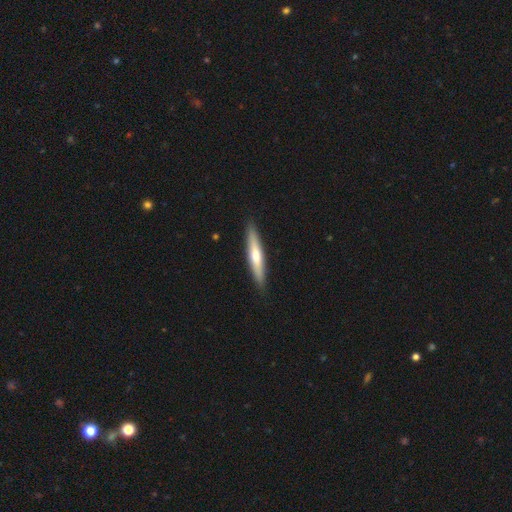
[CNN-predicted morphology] Smooth or featured?
  - smooth: 51% *
  - featured or disk: 43%
  - star or artifact: 5%
How rounded?
  - cigar-shaped: 90% *
  - in between: 9%
  - round: 1%
Merging?
  - none: 90% *
  - minor disturbance: 7%
  - major disturbance: 1%
  - merger: 1%